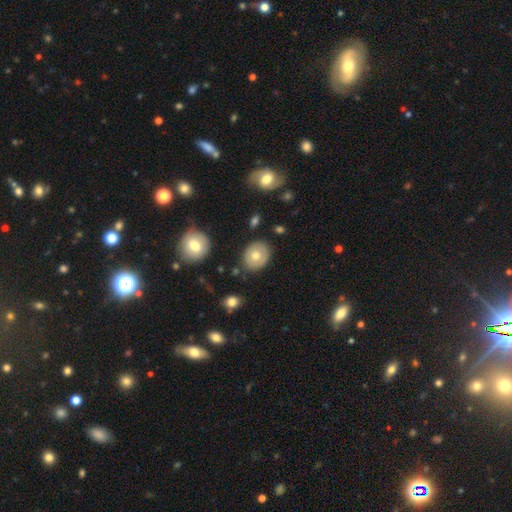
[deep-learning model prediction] A smooth galaxy with no disk features (70%) that is round (58%). Merging: none (84%).